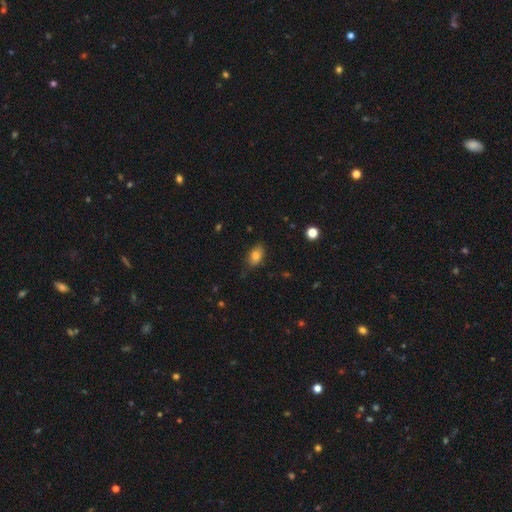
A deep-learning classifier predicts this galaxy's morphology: A smooth galaxy with no disk features (82%) that is in between round and cigar-shaped (86%).

Vote fractions:
- Smooth or featured? smooth: 82% / star or artifact: 9% / featured or disk: 9%
- How rounded? in between: 86% / round: 12% / cigar-shaped: 2%
- Merging? none: 77% / minor disturbance: 18% / major disturbance: 4% / merger: 1%